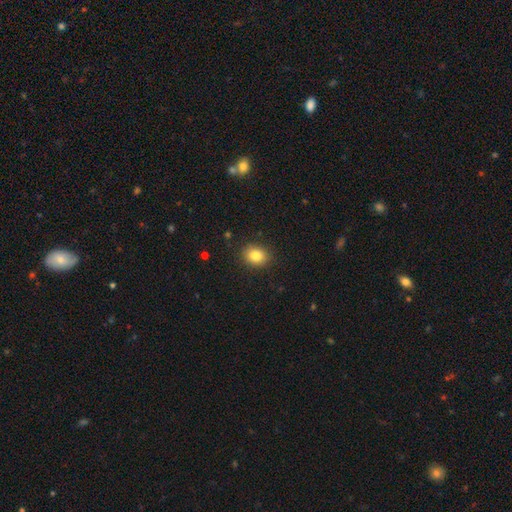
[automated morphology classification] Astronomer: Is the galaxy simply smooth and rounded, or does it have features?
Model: smooth — 83%.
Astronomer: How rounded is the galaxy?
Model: round — 59% (runner-up: in between, 40%).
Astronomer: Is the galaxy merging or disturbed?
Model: none — 88%.